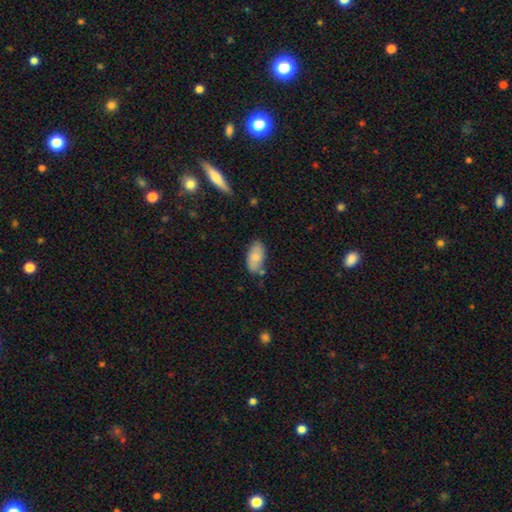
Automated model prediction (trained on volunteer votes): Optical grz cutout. It shows a smooth galaxy with no disk features (74%) that is in between round and cigar-shaped (93%). Merging: none (66%).